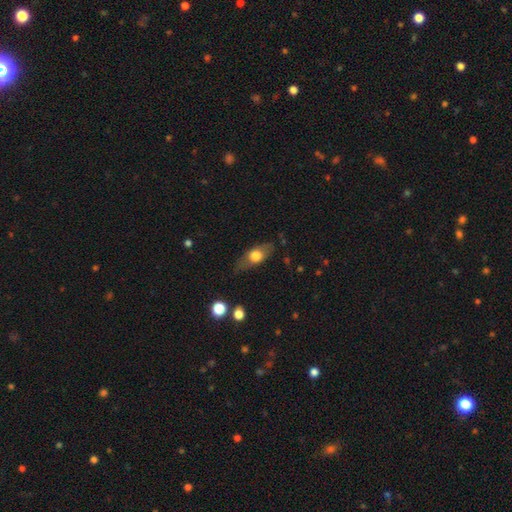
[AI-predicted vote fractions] smooth-or-featured: smooth: 61% | featured or disk: 32% | star or artifact: 7%
  how-rounded: in between: 75% | cigar-shaped: 17% | round: 8%
  merging: none: 74% | minor disturbance: 19% | major disturbance: 6% | merger: 2%